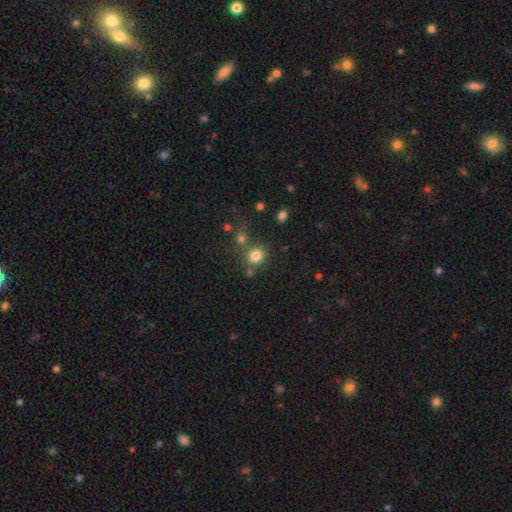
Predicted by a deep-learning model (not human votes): smooth_or_featured: smooth (p=0.80) [alt: star or artifact p=0.14]
how_rounded: round (p=0.72) [alt: in between p=0.27]
merging: none (p=0.64) [alt: merger p=0.20]